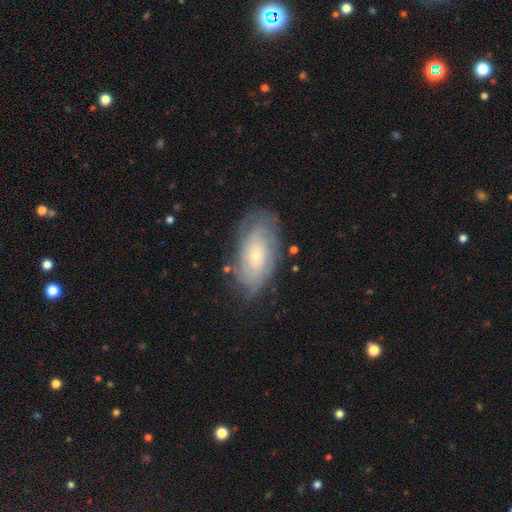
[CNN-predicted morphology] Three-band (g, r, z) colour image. It shows a featured or disk galaxy (70%) with no bar (79%), tight (73%) spiral arms (86%) and a small central bulge (79%). Merging: none (74%).